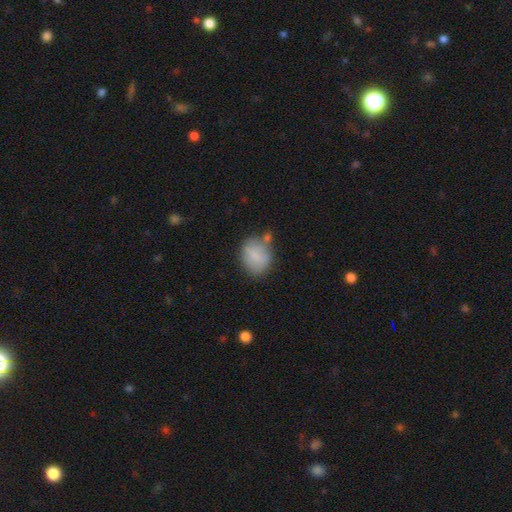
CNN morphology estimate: Smooth or featured?
  - smooth: 77% *
  - featured or disk: 15%
  - star or artifact: 8%
How rounded?
  - round: 51% *
  - in between: 48%
  - cigar-shaped: 1%
Merging?
  - none: 55% *
  - minor disturbance: 25%
  - merger: 12%
  - major disturbance: 8%